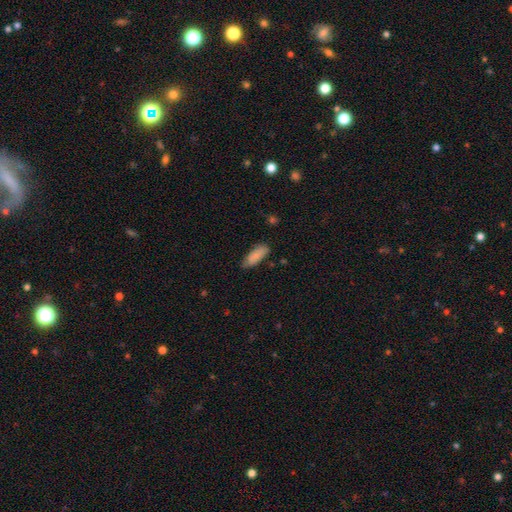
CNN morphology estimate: Smooth or featured?
  - smooth: 86% *
  - featured or disk: 7%
  - star or artifact: 6%
How rounded?
  - in between: 65% *
  - cigar-shaped: 33%
  - round: 2%
Merging?
  - none: 74% *
  - minor disturbance: 21%
  - major disturbance: 4%
  - merger: 2%